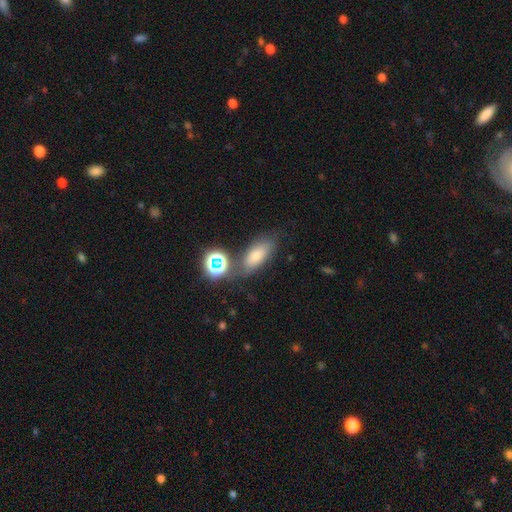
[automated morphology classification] The model was most divided on "smooth or featured": smooth: 61%, star or artifact: 21%, featured or disk: 18%. More confident: how rounded — in between (75%); merging — none (67%).